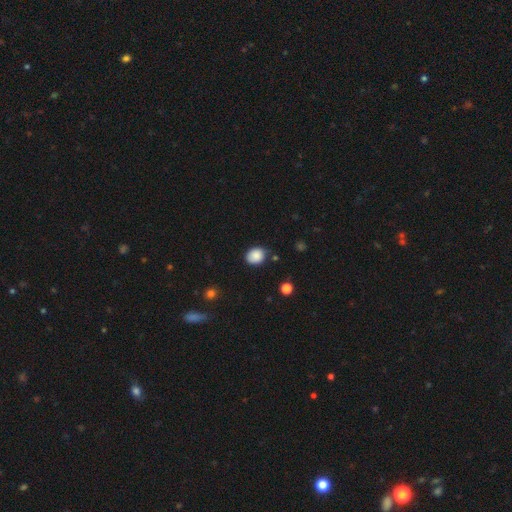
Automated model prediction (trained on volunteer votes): smooth-or-featured: smooth: 87% | star or artifact: 9% | featured or disk: 4%
  how-rounded: round: 59% | in between: 40% | cigar-shaped: 1%
  merging: none: 77% | minor disturbance: 17% | major disturbance: 3% | merger: 3%